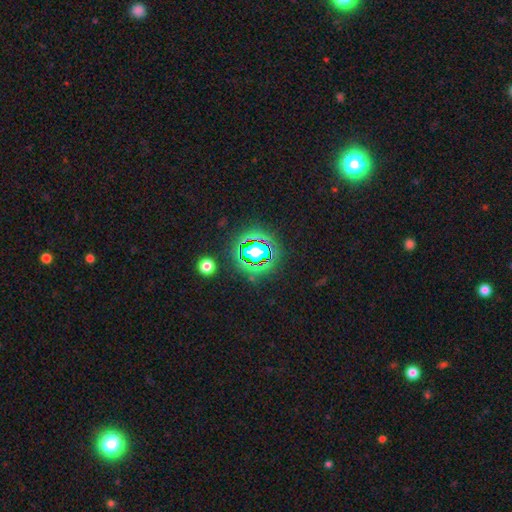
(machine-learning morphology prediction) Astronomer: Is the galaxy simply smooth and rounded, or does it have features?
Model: star or artifact — 77%.